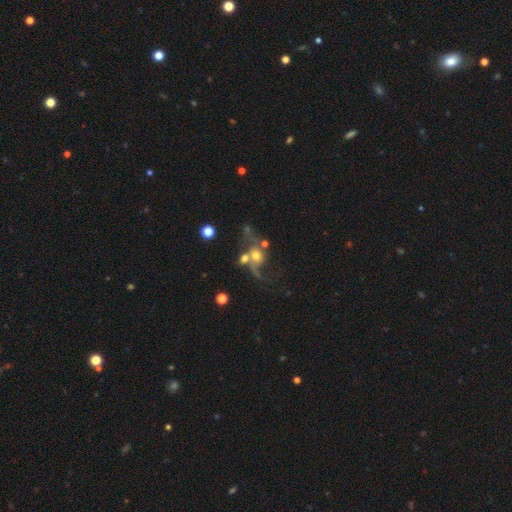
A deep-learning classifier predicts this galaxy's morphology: The model was most divided on "merging": merger: 40%, none: 26%, major disturbance: 23%, minor disturbance: 12%. More confident: edge-on disk — no (95%); spiral arms — yes (75%); bar — no (74%); smooth or featured — featured or disk (62%); bulge size — moderate (51%).